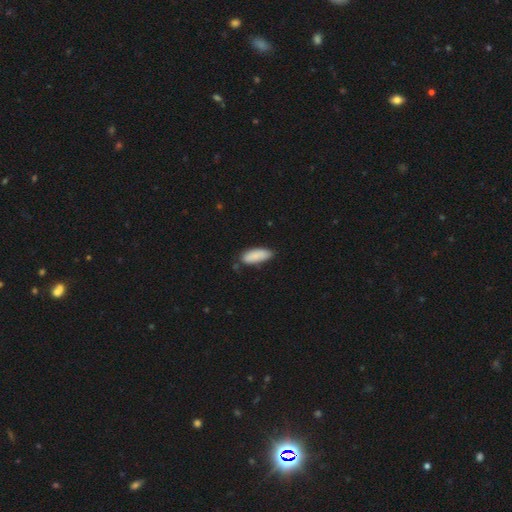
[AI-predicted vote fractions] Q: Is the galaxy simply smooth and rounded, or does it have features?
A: smooth — 88%.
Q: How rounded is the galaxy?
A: in between — 75%.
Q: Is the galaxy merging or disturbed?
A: none — 73%.